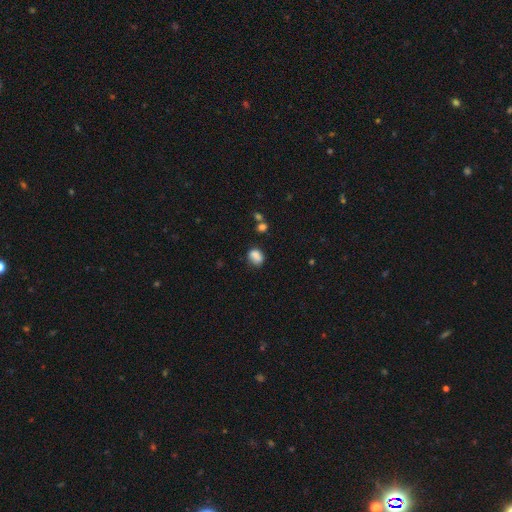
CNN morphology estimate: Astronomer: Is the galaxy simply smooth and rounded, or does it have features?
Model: smooth — 84%.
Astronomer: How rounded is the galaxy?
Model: in between — 64%.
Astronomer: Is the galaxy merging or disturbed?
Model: none — 64%.